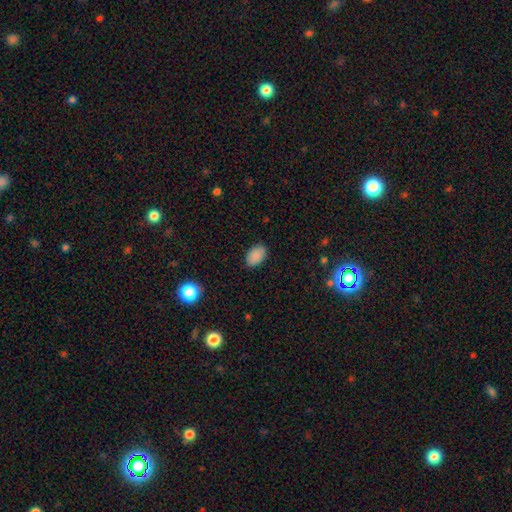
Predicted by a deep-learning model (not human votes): smooth 88%, star or artifact 8%, featured or disk 4%. Down the decision tree: how rounded — in between (91%); merging — none (86%).